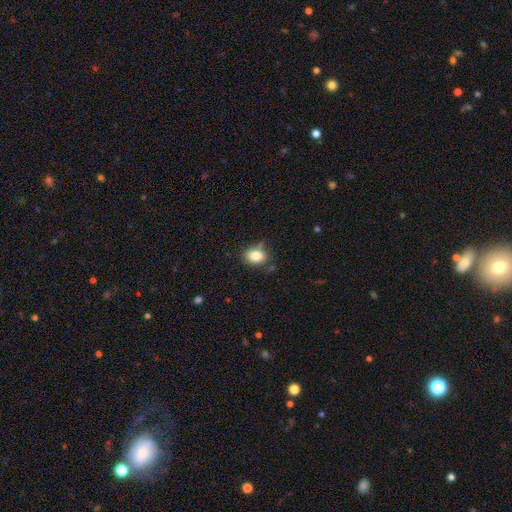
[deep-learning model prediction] Overall: smooth (82%). How rounded: in between (65%; round 34%). Merging: none (64%; minor disturbance 24%).